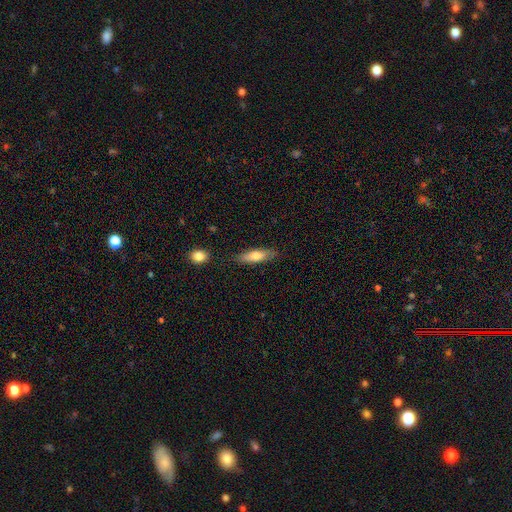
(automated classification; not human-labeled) smooth-or-featured: smooth: 68% | featured or disk: 26% | star or artifact: 6%
  how-rounded: cigar-shaped: 57% | in between: 41% | round: 2%
  merging: none: 82% | minor disturbance: 13% | major disturbance: 3% | merger: 2%